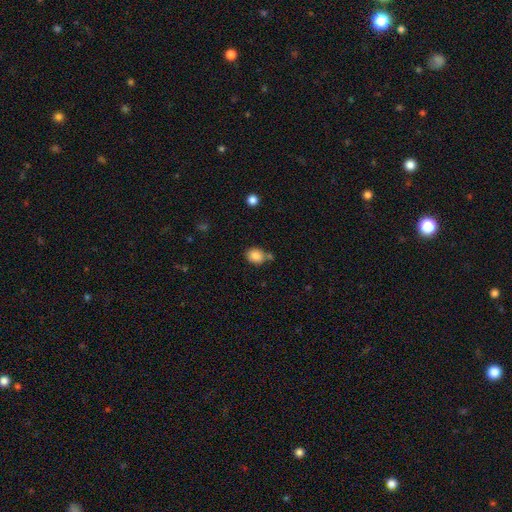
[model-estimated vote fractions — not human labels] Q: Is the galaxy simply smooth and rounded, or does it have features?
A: smooth — 85%.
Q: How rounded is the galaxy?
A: round — 60%.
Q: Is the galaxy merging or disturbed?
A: none — 66%.